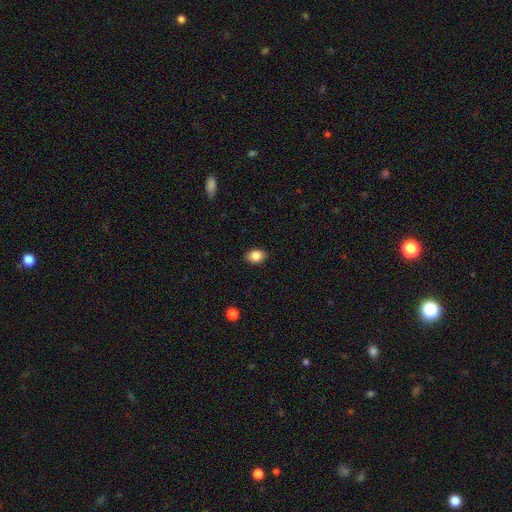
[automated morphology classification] smooth_or_featured: smooth (p=0.84) [alt: star or artifact p=0.09]
how_rounded: in between (p=0.73) [alt: round p=0.25]
merging: none (p=0.88) [alt: minor disturbance p=0.09]